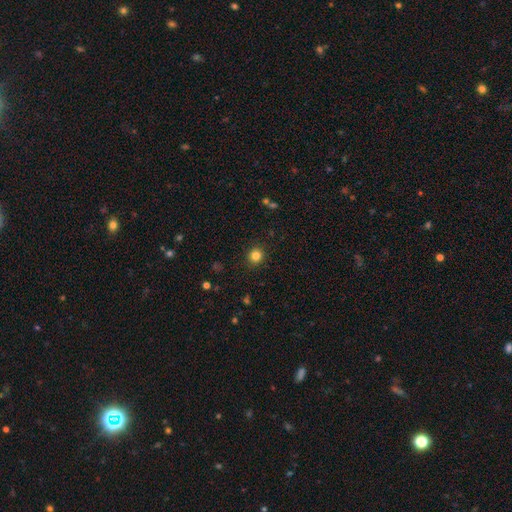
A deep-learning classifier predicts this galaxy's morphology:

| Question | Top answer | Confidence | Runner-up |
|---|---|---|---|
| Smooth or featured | smooth | 83% | star or artifact (12%) |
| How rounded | round | 91% | in between (8%) |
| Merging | none | 91% | minor disturbance (6%) |